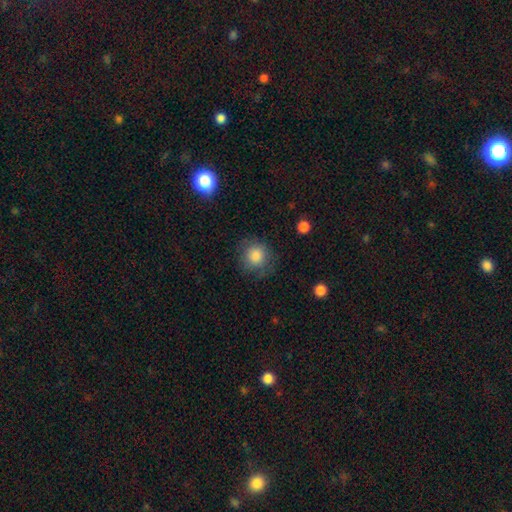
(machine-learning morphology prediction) This is clearly a smooth galaxy (85%). How rounded: clearly round (88%). Merging: likely none (75%).